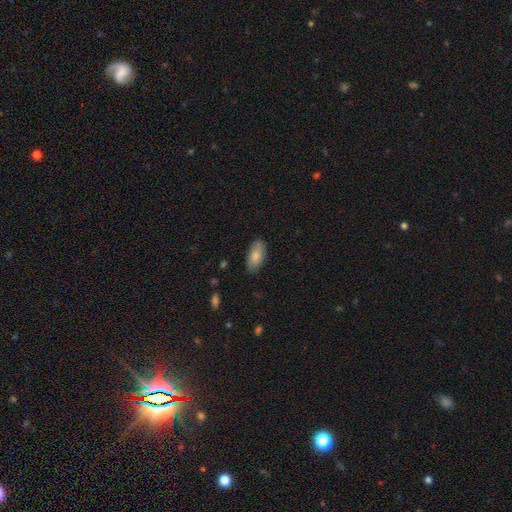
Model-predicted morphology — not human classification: Smooth or featured? smooth (79%)
How rounded? in between (92%)
Merging? none (81%)